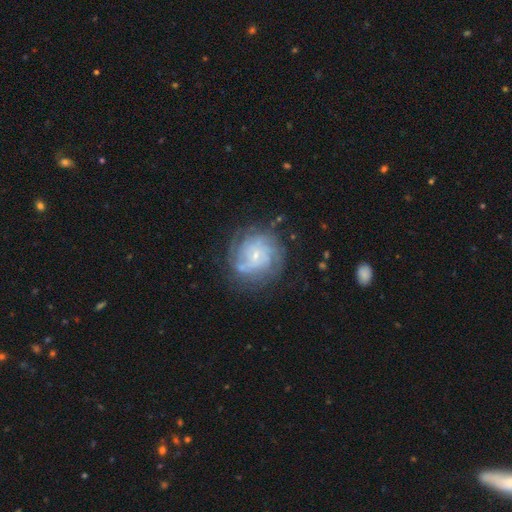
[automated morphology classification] Smooth or featured? featured or disk (76%)
Edge-on disk? no (97%)
Bar? no (72%)
Spiral arms? yes (89%)
Spiral winding? tight (66%)
Spiral arm count? can't tell (42%)
Bulge size? small (81%)
Merging? none (73%)